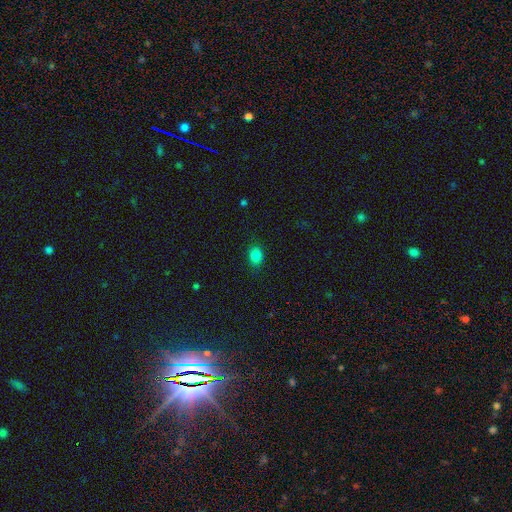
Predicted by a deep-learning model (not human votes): Smooth or featured?
  - smooth: 84% *
  - star or artifact: 12%
  - featured or disk: 4%
How rounded?
  - in between: 55% *
  - round: 44%
  - cigar-shaped: 1%
Merging?
  - none: 86% *
  - minor disturbance: 10%
  - major disturbance: 3%
  - merger: 1%